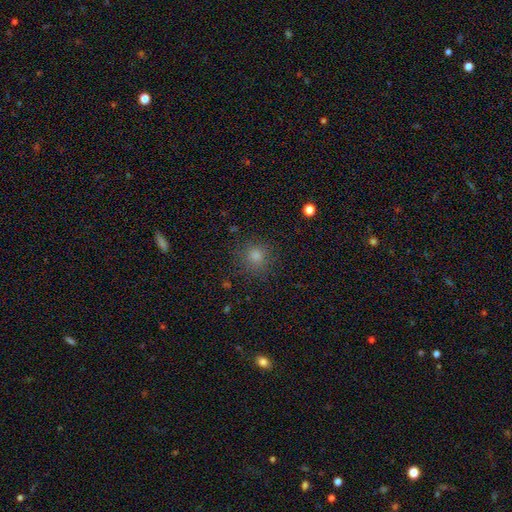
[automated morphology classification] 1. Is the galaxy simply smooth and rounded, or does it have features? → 76% smooth, 19% star or artifact, 5% featured or disk.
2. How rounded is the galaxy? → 90% round, 8% in between, 1% cigar-shaped.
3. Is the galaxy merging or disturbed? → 86% none, 9% minor disturbance, 3% major disturbance, 1% merger.